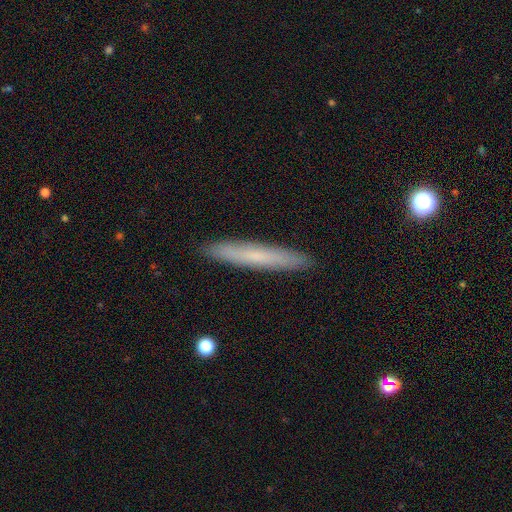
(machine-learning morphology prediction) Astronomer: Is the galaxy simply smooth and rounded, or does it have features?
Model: smooth — 63%.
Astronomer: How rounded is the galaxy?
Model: cigar-shaped — 96%.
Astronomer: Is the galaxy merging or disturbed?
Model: none — 92%.